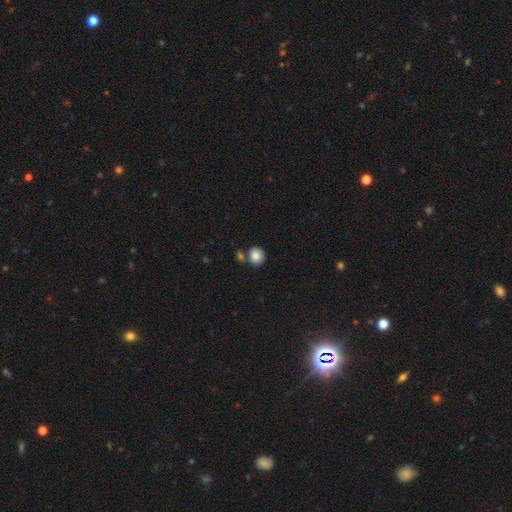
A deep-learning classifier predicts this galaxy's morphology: smooth_or_featured: smooth (p=0.84) [alt: star or artifact p=0.08]
how_rounded: round (p=0.83) [alt: in between p=0.16]
merging: none (p=0.60) [alt: merger p=0.22]